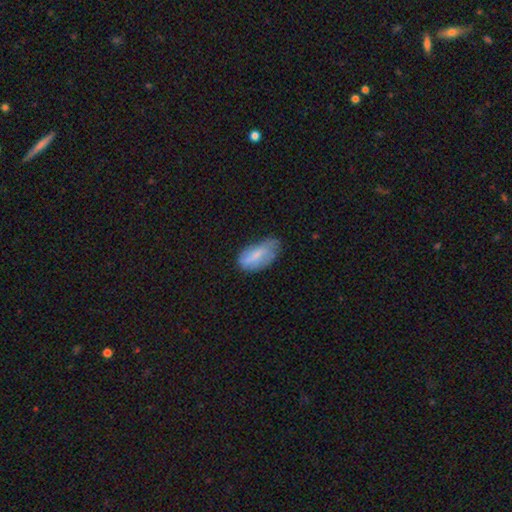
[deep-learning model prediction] Smooth or featured? Predicted: smooth (p=0.72). How rounded? Predicted: in between (p=0.89). Merging? Predicted: none (p=0.43).